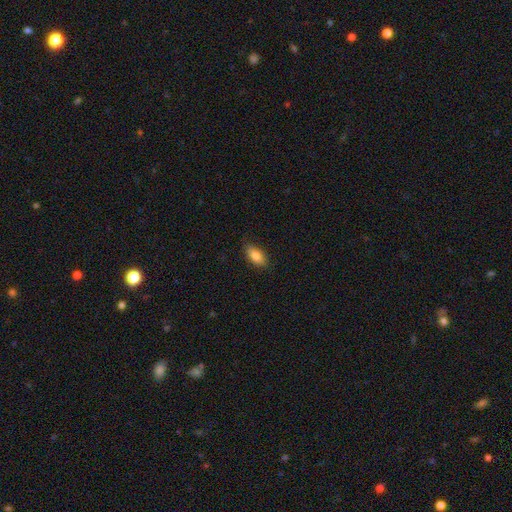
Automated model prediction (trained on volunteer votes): Morphology: type=smooth (82%); roundness=in between (89%); merging=none (85%).